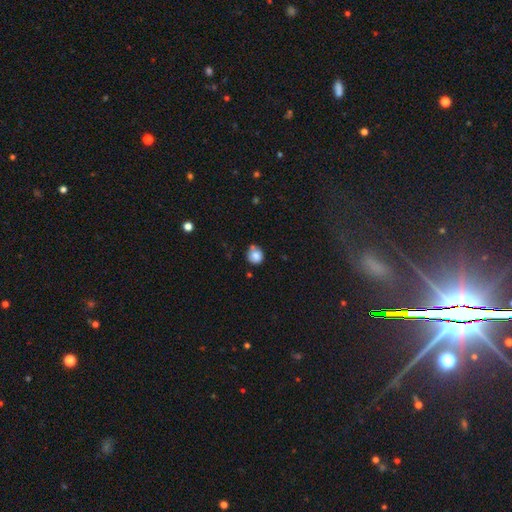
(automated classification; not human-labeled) Smooth or featured? smooth (82%)
How rounded? round (87%)
Merging? none (65%)